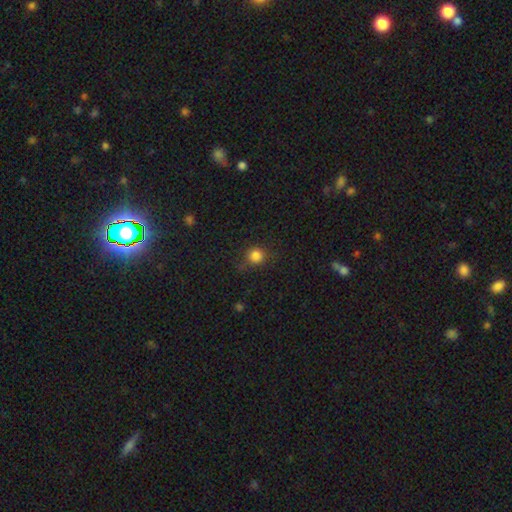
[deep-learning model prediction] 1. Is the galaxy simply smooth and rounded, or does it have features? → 82% smooth, 13% star or artifact, 5% featured or disk.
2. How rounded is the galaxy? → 90% round, 9% in between, 1% cigar-shaped.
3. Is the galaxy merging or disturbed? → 77% none, 16% minor disturbance, 6% major disturbance, 2% merger.